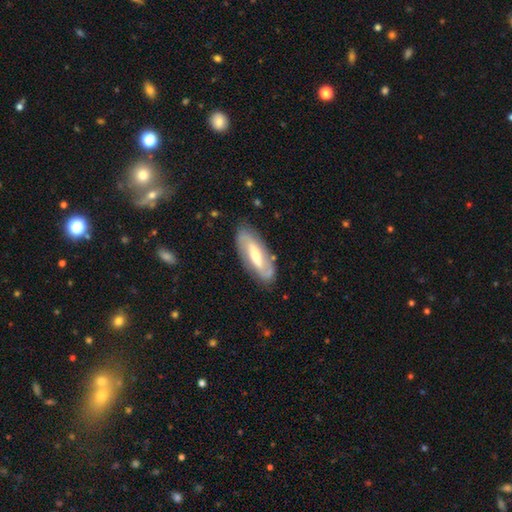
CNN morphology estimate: This is likely a featured or disk galaxy (67%). It is clearly not viewed edge-on (84%). Bar: marginally weak (39%). Spiral arm pattern: likely yes (78%). Central bulge: possibly moderate (58%). Merging: clearly none (82%).